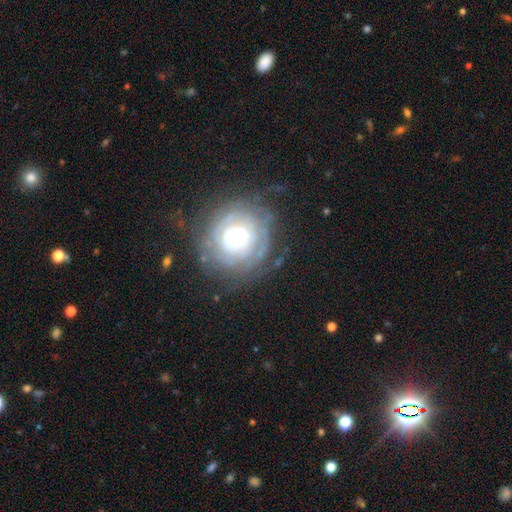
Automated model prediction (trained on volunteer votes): Morphology: type=featured or disk (63%); edge-on=no (96%); bar=no (73%); spiral arms=yes (80%); bulge=moderate (39%); merging=none (75%).